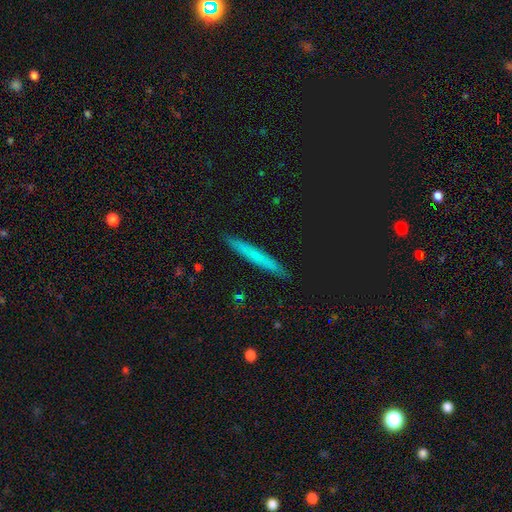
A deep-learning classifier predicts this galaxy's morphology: Smooth or featured? smooth (60%)
How rounded? cigar-shaped (95%)
Merging? none (92%)